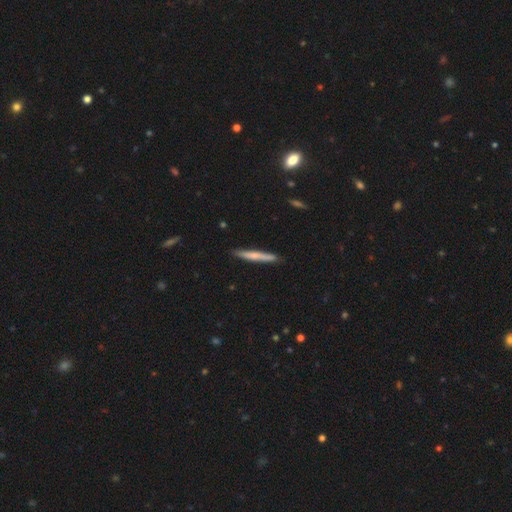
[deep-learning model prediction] Smooth or featured?
  - smooth: 59% *
  - featured or disk: 35%
  - star or artifact: 6%
How rounded?
  - cigar-shaped: 95% *
  - in between: 3%
  - round: 1%
Merging?
  - none: 88% *
  - minor disturbance: 9%
  - major disturbance: 1%
  - merger: 1%